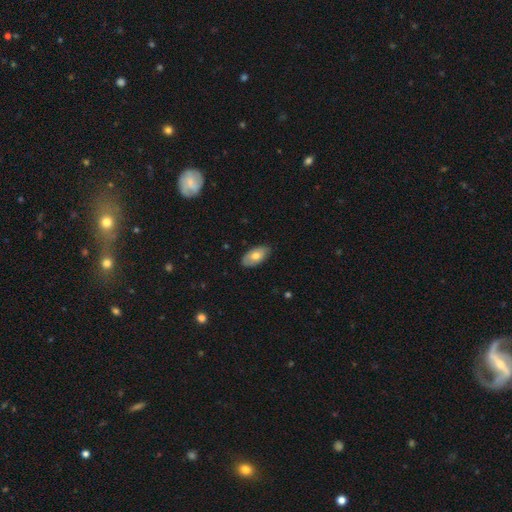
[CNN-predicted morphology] Smooth or featured: smooth — 68% (featured or disk — 26%)
How rounded: in between — 94% (round — 3%)
Merging: none — 82% (minor disturbance — 15%)